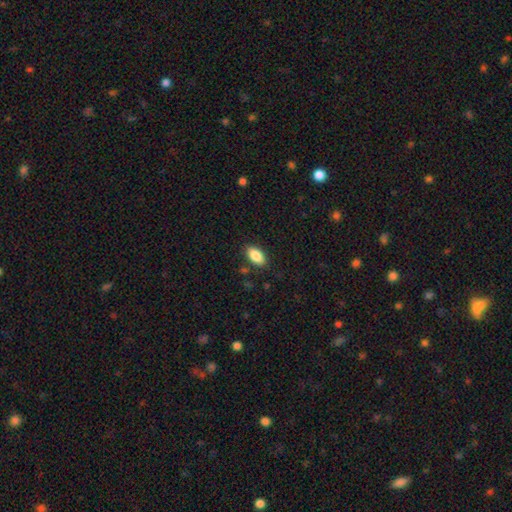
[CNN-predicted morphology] type=smooth (86%); roundness=in between (92%); merging=none (86%).